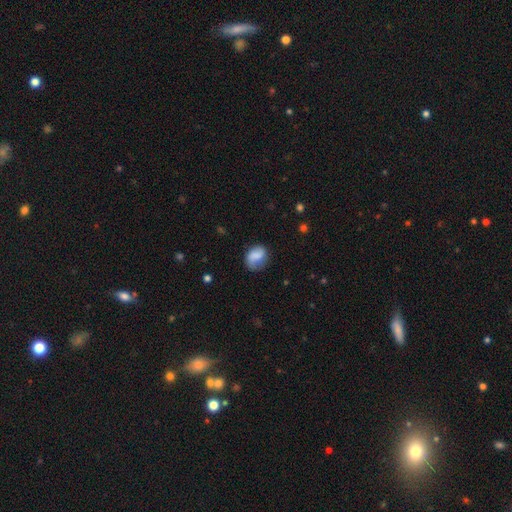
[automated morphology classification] This appears to be a smooth galaxy with no disk features (70%) that is in between round and cigar-shaped (57%). Merging: none (62%).